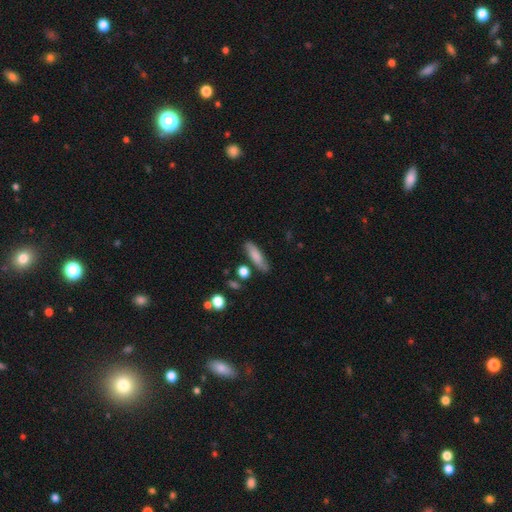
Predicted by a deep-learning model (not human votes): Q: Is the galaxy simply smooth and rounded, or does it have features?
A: smooth — 76%.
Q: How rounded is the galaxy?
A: cigar-shaped — 56%.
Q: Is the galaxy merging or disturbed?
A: none — 76%.